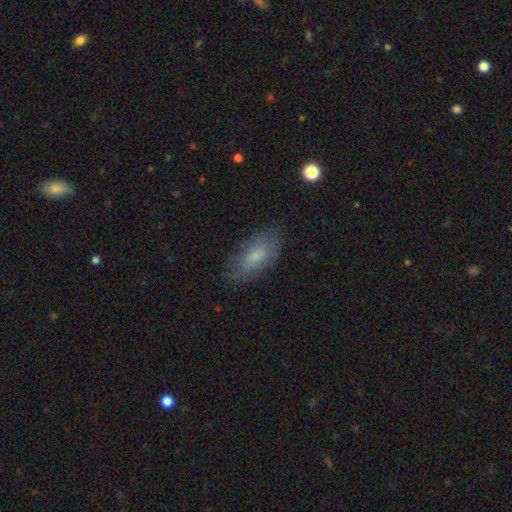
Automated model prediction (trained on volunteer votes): Smooth or featured: smooth — 71% (featured or disk — 22%)
How rounded: in between — 87% (cigar-shaped — 10%)
Merging: none — 77% (minor disturbance — 17%)